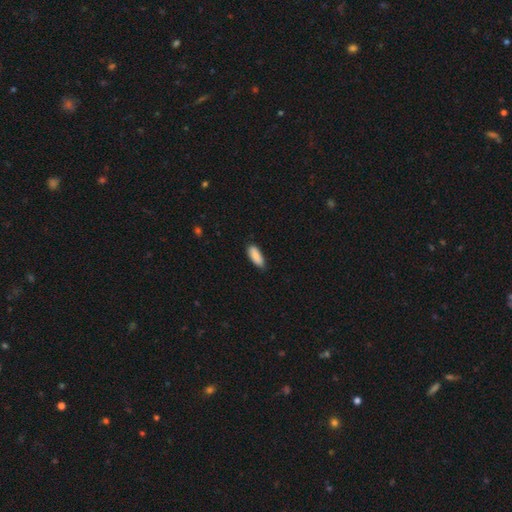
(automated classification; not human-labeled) This appears to be a smooth galaxy with no disk features (88%) that is in between round and cigar-shaped (72%). Merging: none (78%).